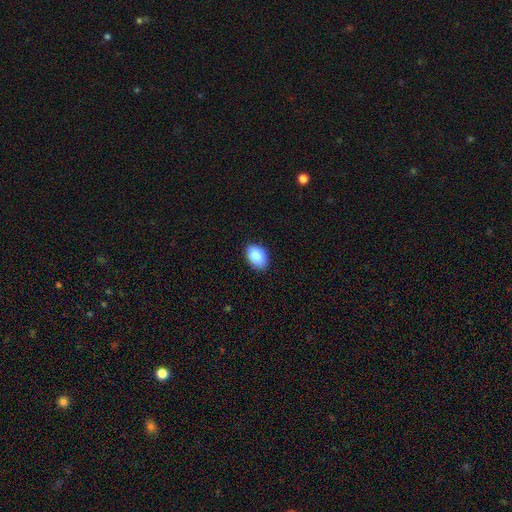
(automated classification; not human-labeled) Morphology: type=smooth (88%); roundness=in between (88%); merging=none (85%).